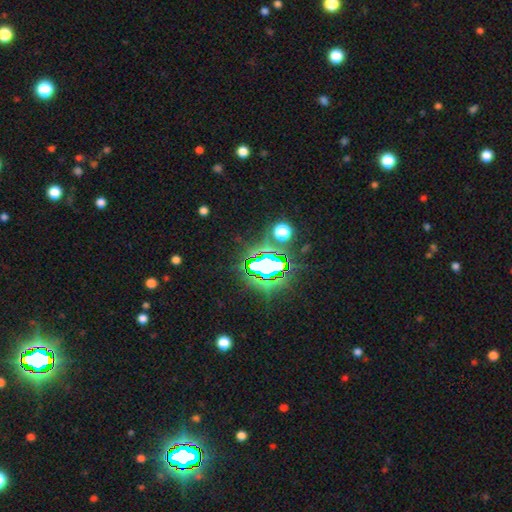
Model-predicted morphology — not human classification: The model was most divided on "smooth or featured": star or artifact: 76%, smooth: 15%, featured or disk: 9%.